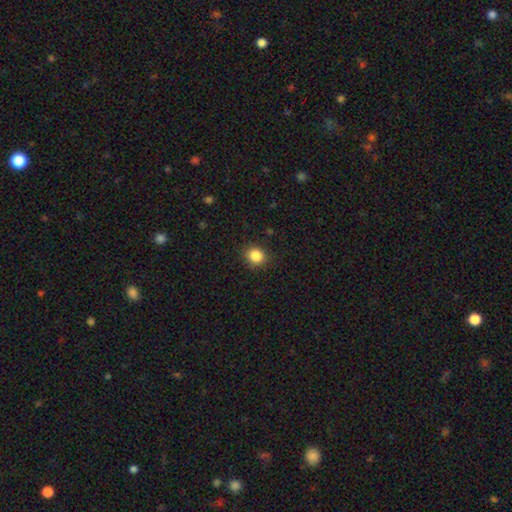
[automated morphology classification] type=smooth (86%); roundness=round (79%); merging=none (86%).